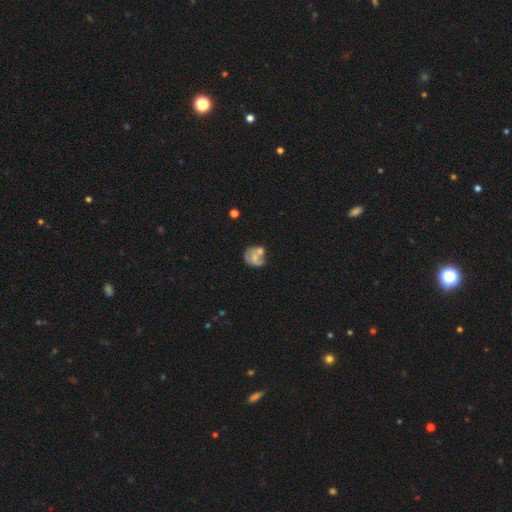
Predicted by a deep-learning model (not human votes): Overall: smooth (46%; featured or disk 45%). Merging: merger (37%; none 31%).